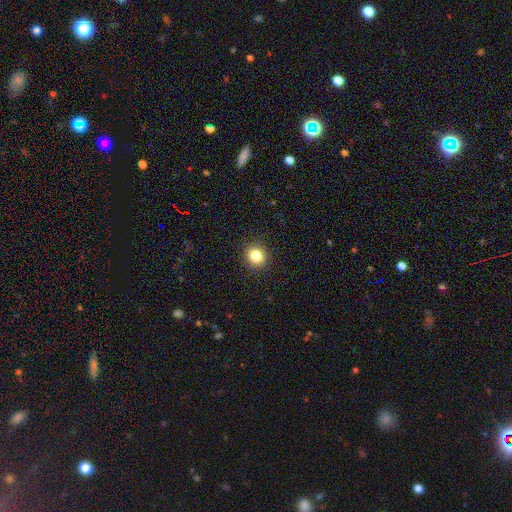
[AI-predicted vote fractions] Q: Smooth or featured?
A: smooth (84%); runner-up: star or artifact (11%)
Q: How rounded?
A: round (89%); runner-up: in between (10%)
Q: Merging?
A: none (91%); runner-up: minor disturbance (6%)